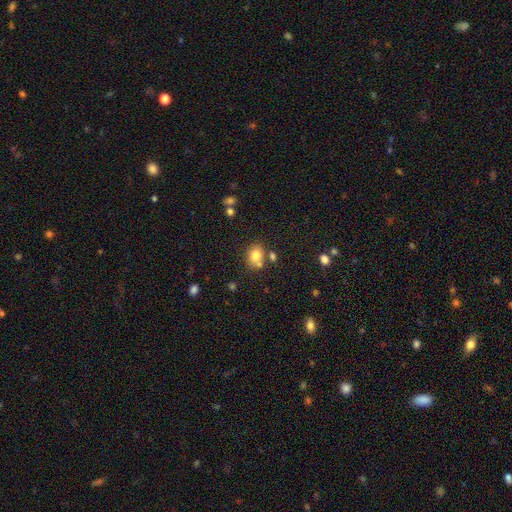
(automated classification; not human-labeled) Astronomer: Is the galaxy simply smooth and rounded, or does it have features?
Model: smooth — 79%.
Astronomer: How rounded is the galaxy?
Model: round — 50% (runner-up: in between, 49%).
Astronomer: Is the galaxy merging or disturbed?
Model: none — 62%.